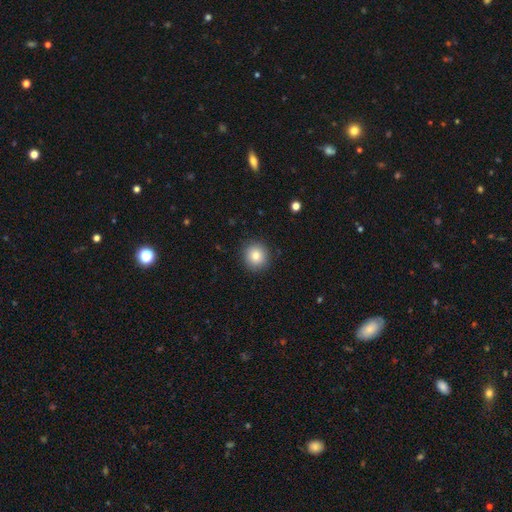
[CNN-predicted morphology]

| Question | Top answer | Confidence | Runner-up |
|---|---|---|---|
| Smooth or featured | smooth | 80% | star or artifact (11%) |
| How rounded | round | 93% | in between (6%) |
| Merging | none | 91% | minor disturbance (6%) |